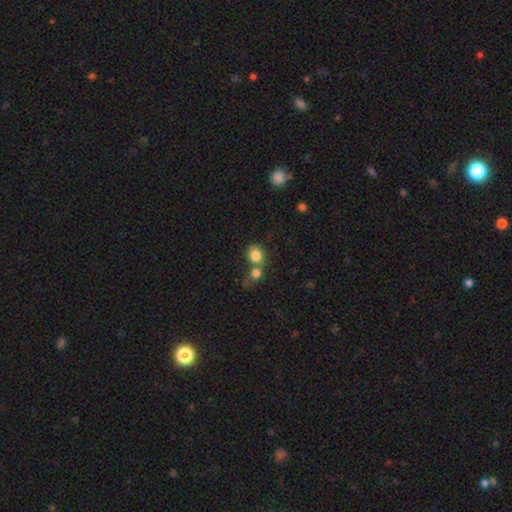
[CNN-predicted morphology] Smooth or featured? Predicted: smooth (p=0.82). How rounded? Predicted: round (p=0.62). Merging? Predicted: merger (p=0.44).